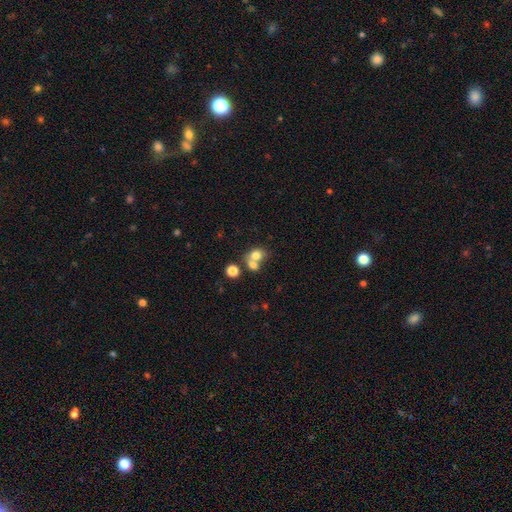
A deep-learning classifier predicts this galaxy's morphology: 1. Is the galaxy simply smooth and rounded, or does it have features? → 73% smooth, 15% featured or disk, 12% star or artifact.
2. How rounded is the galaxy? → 61% round, 38% in between, 1% cigar-shaped.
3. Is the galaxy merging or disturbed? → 53% merger, 34% none, 8% minor disturbance, 4% major disturbance.